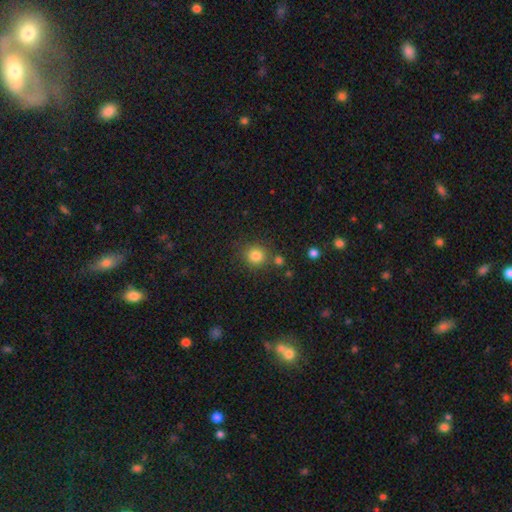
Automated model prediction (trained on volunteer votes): Smooth or featured? Predicted: smooth (p=0.83). How rounded? Predicted: round (p=0.90). Merging? Predicted: none (p=0.78).